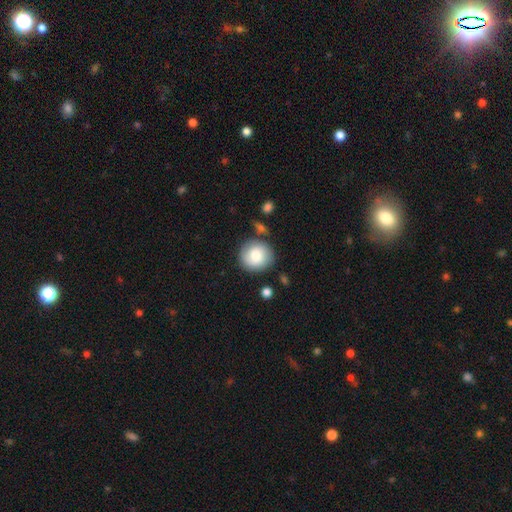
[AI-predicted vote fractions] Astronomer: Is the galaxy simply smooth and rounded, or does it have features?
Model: smooth — 76%.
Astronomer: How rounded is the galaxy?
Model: round — 89%.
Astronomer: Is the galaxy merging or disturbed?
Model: none — 79%.